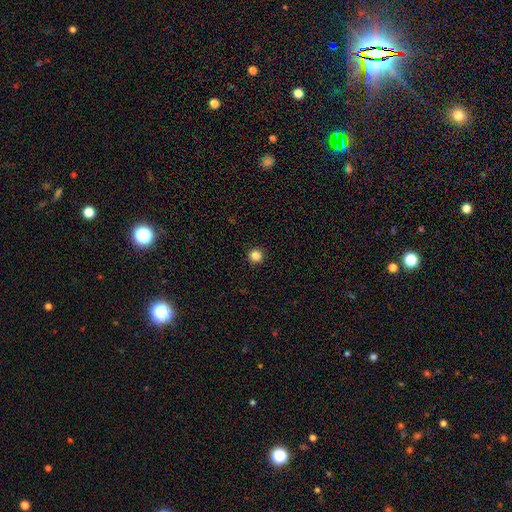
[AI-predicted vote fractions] This appears to be a smooth galaxy with no disk features (85%) that is round (95%). Merging: none (94%).